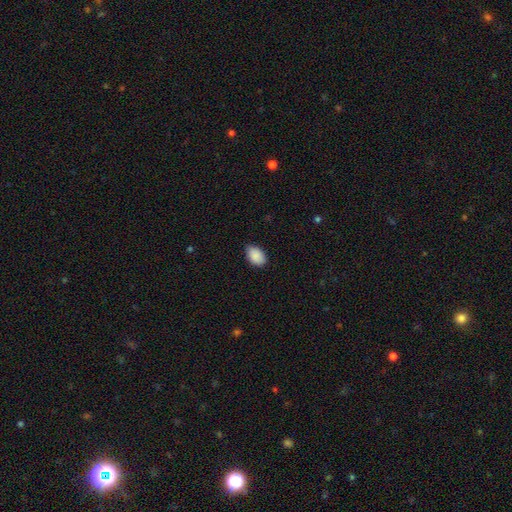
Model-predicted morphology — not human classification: This appears to be a smooth galaxy with no disk features (90%) that is in between round and cigar-shaped (89%). Merging: none (81%).